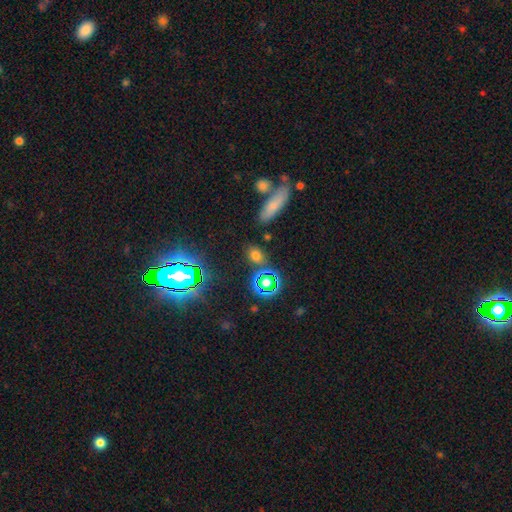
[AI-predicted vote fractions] A smooth galaxy with no disk features (60%) that is in between round and cigar-shaped (54%). Merging: none (79%).